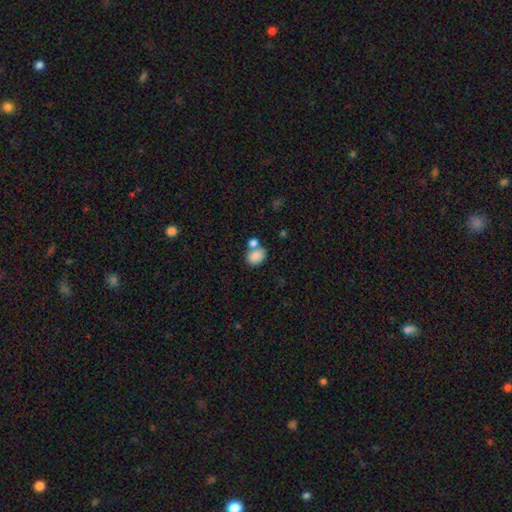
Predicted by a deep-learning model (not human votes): smooth_or_featured: smooth (p=0.84) [alt: star or artifact p=0.08]
how_rounded: in between (p=0.56) [alt: round p=0.43]
merging: none (p=0.48) [alt: merger p=0.35]